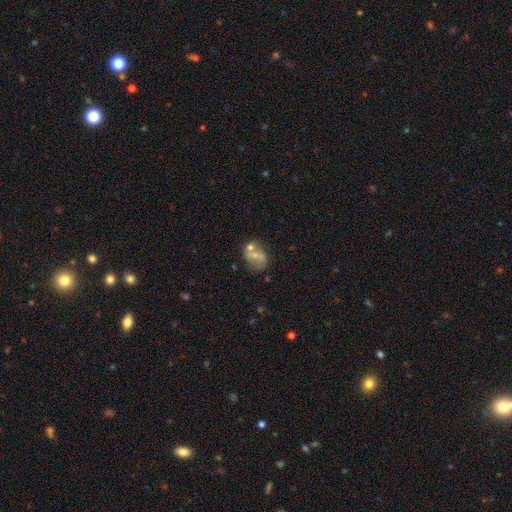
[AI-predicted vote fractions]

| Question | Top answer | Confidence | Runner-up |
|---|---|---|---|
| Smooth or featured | smooth | 51% | featured or disk (37%) |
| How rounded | in between | 60% | round (38%) |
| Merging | none | 42% | merger (31%) |